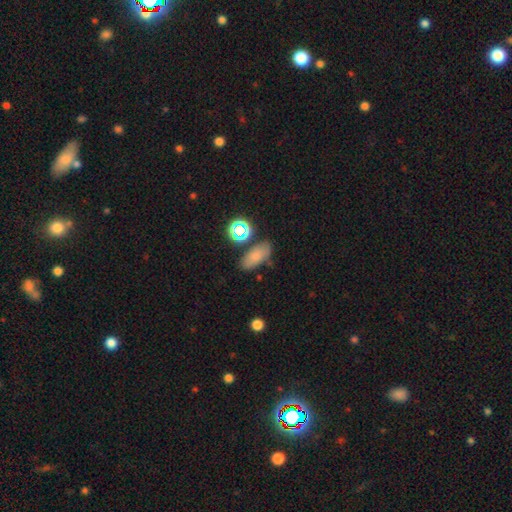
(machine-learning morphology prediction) This appears to be a smooth galaxy with no disk features (74%) that is in between round and cigar-shaped (84%). Merging: none (69%).